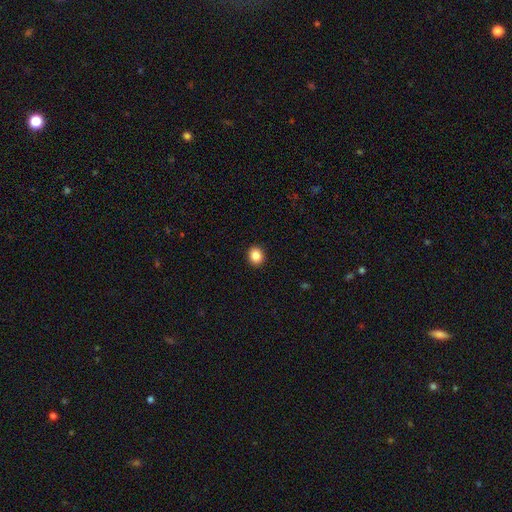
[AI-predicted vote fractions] smooth_or_featured: smooth (p=0.86) [alt: star or artifact p=0.09]
how_rounded: round (p=0.73) [alt: in between p=0.26]
merging: none (p=0.92) [alt: minor disturbance p=0.05]